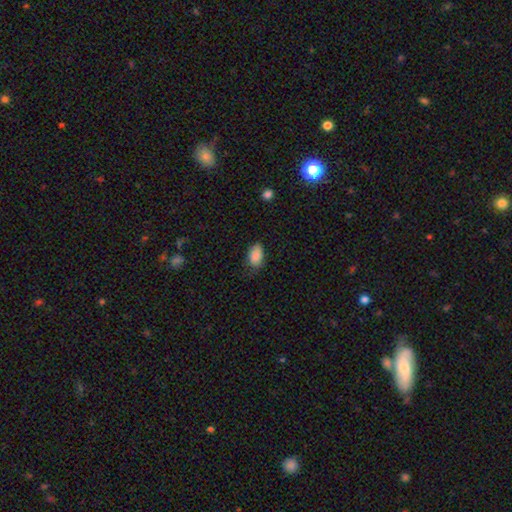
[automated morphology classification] Smooth or featured: smooth — 87% (star or artifact — 8%)
How rounded: in between — 89% (round — 9%)
Merging: none — 64% (minor disturbance — 28%)